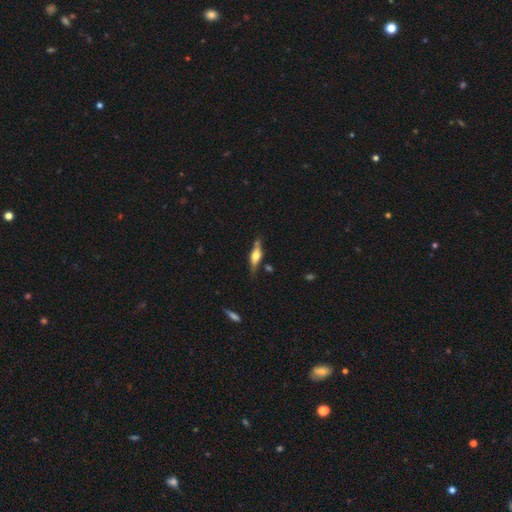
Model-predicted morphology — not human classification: type=featured or disk (53%); edge-on=yes (87%); merging=none (66%).